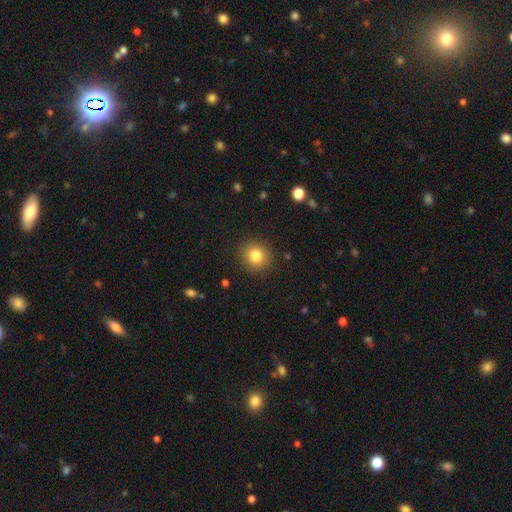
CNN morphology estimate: A smooth galaxy with no disk features (83%) that is round (86%).

Vote fractions:
- Smooth or featured? smooth: 83% / star or artifact: 11% / featured or disk: 7%
- How rounded? round: 86% / in between: 13% / cigar-shaped: 1%
- Merging? none: 89% / minor disturbance: 7% / major disturbance: 2% / merger: 1%